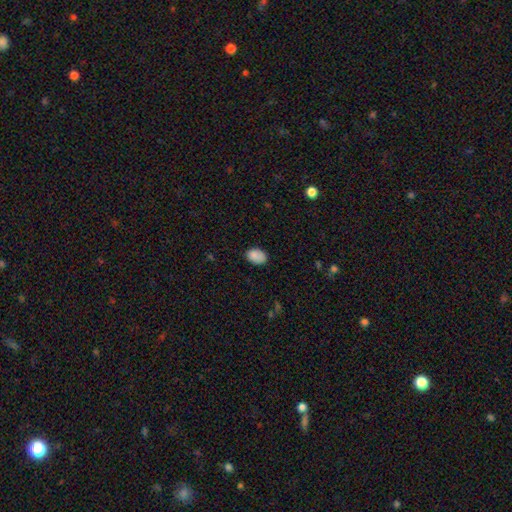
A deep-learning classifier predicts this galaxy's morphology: smooth 86%, star or artifact 9%, featured or disk 5%. Down the decision tree: how rounded — in between (82%); merging — none (76%).